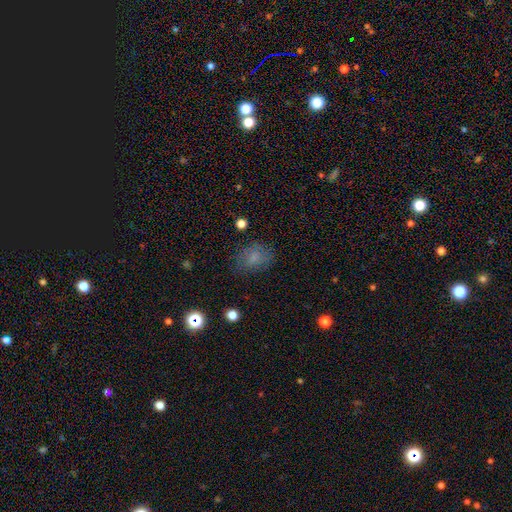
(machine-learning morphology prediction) Overall: smooth (67%). How rounded: in between (69%; round 30%). Merging: none (76%).